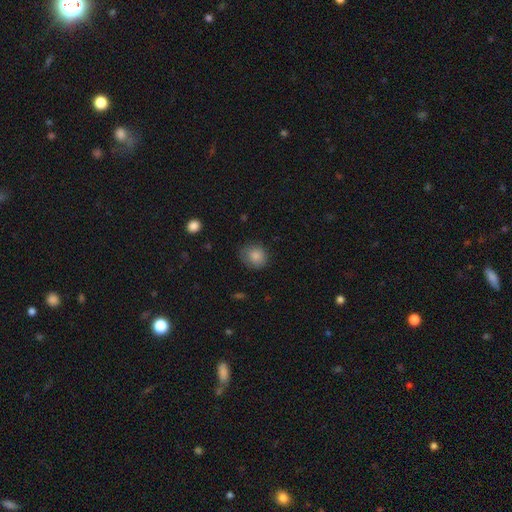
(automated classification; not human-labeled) smooth-or-featured: smooth: 84% | star or artifact: 9% | featured or disk: 7%
  how-rounded: round: 76% | in between: 23% | cigar-shaped: 1%
  merging: none: 74% | minor disturbance: 21% | major disturbance: 5% | merger: 1%